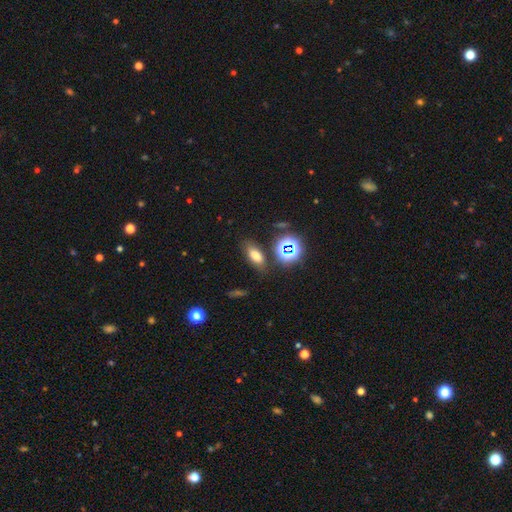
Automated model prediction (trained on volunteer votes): Smooth or featured? Predicted: smooth (p=0.68). How rounded? Predicted: in between (p=0.77). Merging? Predicted: none (p=0.76).